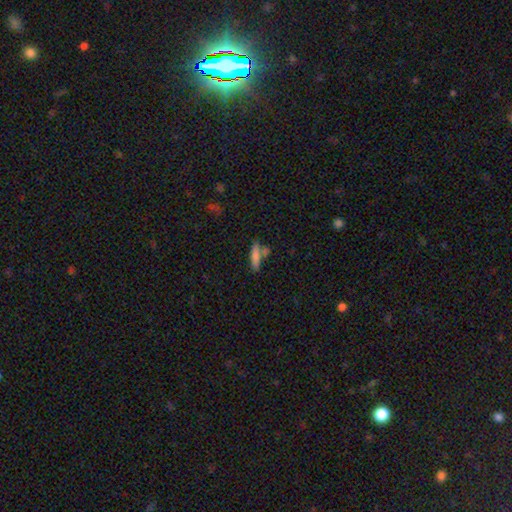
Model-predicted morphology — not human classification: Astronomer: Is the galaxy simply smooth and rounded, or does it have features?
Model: smooth — 76%.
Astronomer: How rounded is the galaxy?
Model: cigar-shaped — 74%.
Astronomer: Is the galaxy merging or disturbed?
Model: none — 63%.